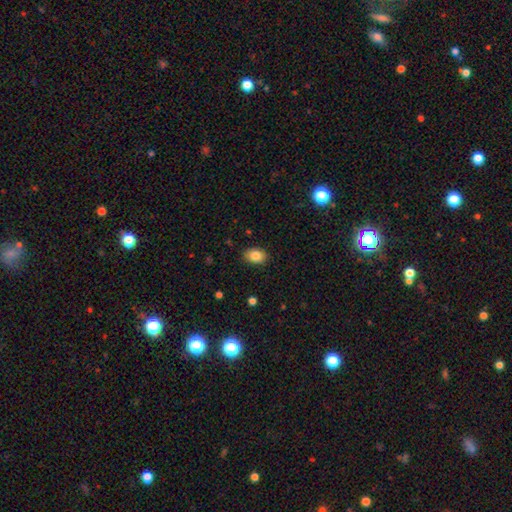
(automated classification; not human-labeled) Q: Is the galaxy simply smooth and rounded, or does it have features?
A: smooth — 85%.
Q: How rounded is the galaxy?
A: in between — 79%.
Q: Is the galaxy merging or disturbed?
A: none — 88%.